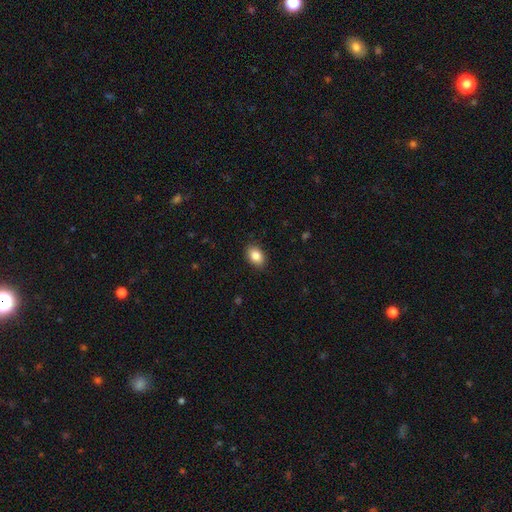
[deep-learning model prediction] Smooth or featured? smooth (86%)
How rounded? in between (85%)
Merging? none (88%)